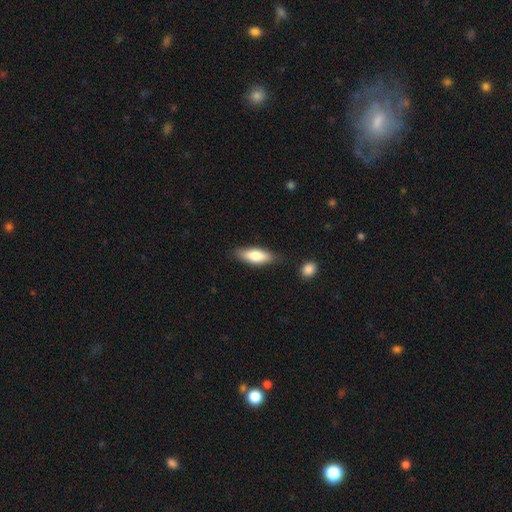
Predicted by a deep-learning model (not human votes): Morphology: type=smooth (76%); roundness=in between (62%); merging=none (80%).